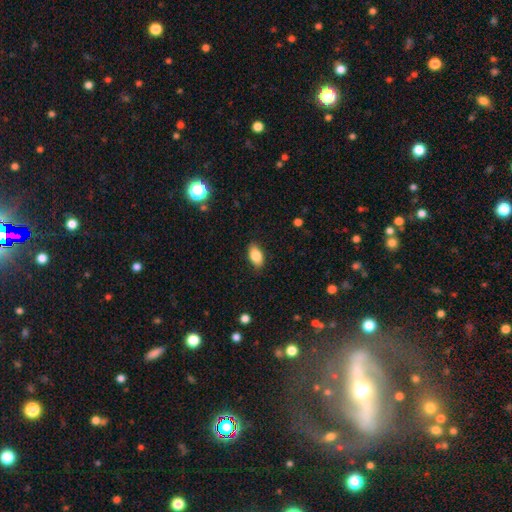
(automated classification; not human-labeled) smooth_or_featured: smooth (p=0.83) [alt: featured or disk p=0.09]
how_rounded: in between (p=0.91) [alt: round p=0.06]
merging: none (p=0.86) [alt: minor disturbance p=0.11]